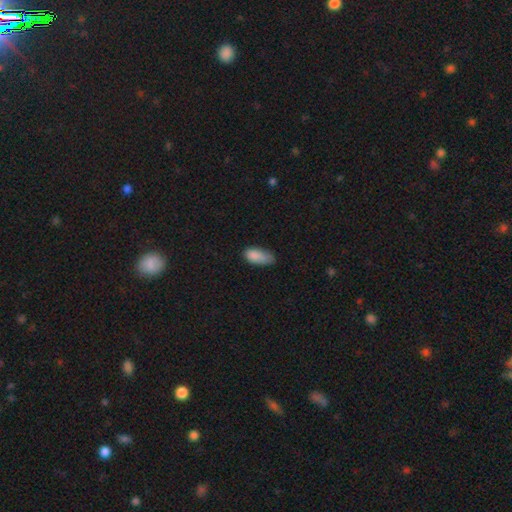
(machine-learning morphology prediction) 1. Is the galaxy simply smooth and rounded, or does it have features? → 85% smooth, 9% star or artifact, 7% featured or disk.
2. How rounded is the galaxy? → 87% in between, 10% cigar-shaped, 3% round.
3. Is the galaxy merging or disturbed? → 43% none, 42% minor disturbance, 12% major disturbance, 3% merger.